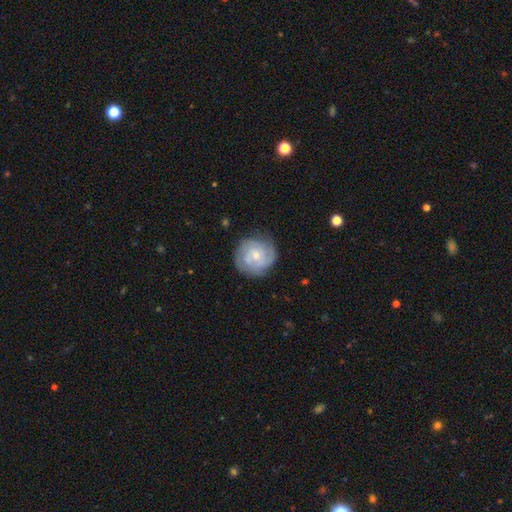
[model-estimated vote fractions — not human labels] smooth_or_featured: featured or disk (p=0.62) [alt: smooth p=0.32]
disk_edge_on: no (p=0.98) [alt: yes p=0.02]
bar: no (p=0.73) [alt: weak p=0.24]
has_spiral_arms: yes (p=0.81) [alt: no p=0.19]
bulge_size: small (p=0.53) [alt: moderate p=0.41]
merging: none (p=0.72) [alt: minor disturbance p=0.18]